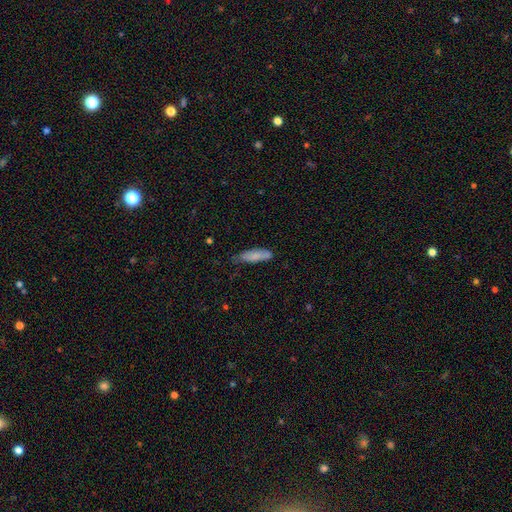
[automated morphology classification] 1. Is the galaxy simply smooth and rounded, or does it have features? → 78% smooth, 15% featured or disk, 6% star or artifact.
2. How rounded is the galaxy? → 57% cigar-shaped, 41% in between, 2% round.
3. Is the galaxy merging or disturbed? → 62% none, 29% minor disturbance, 6% major disturbance, 4% merger.